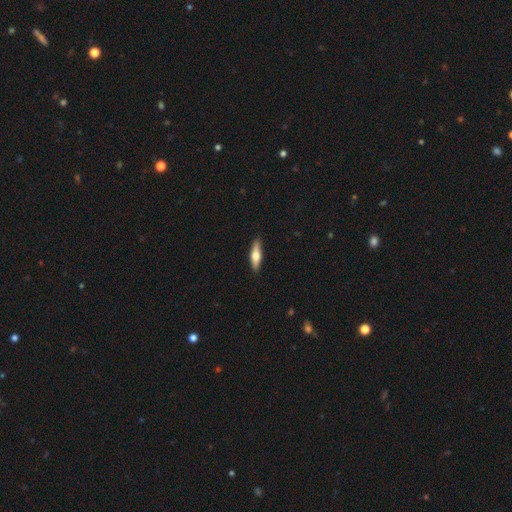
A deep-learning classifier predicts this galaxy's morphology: The model was most divided on "smooth or featured": smooth: 53%, featured or disk: 42%, star or artifact: 6%. More confident: merging — none (88%); how rounded — cigar-shaped (62%).